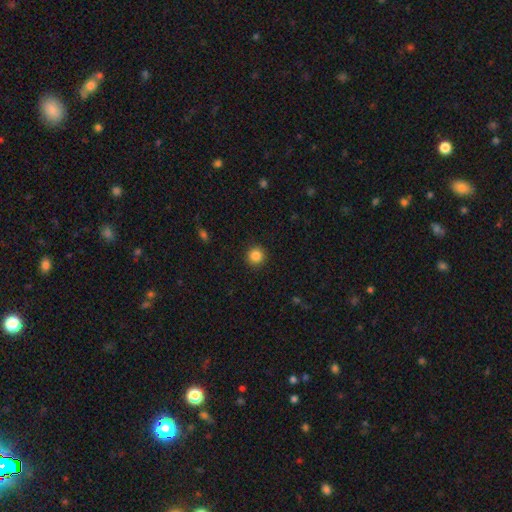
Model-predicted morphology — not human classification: smooth-or-featured: smooth: 86% | star or artifact: 10% | featured or disk: 3%
  how-rounded: round: 94% | in between: 5% | cigar-shaped: 1%
  merging: none: 92% | minor disturbance: 5% | major disturbance: 2% | merger: 1%